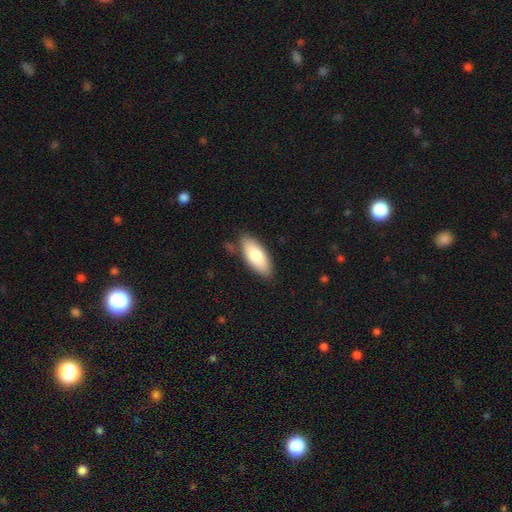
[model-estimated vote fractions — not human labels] smooth 81%, featured or disk 14%, star or artifact 6%. Down the decision tree: how rounded — in between (82%); merging — none (82%).